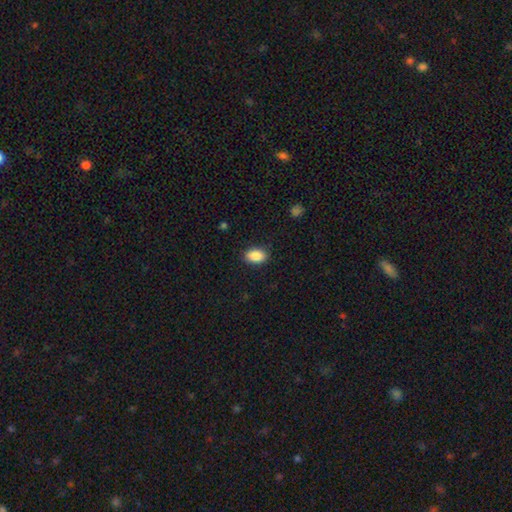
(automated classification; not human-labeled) This is clearly a smooth galaxy (88%). How rounded: clearly in between (89%). Merging: clearly none (87%).